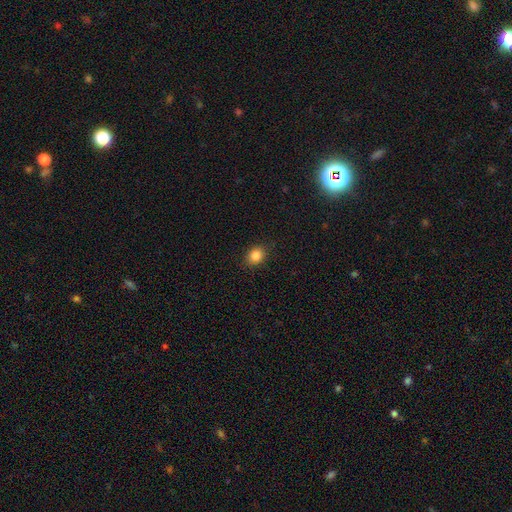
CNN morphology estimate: Smooth or featured? smooth (85%)
How rounded? round (54%)
Merging? none (88%)